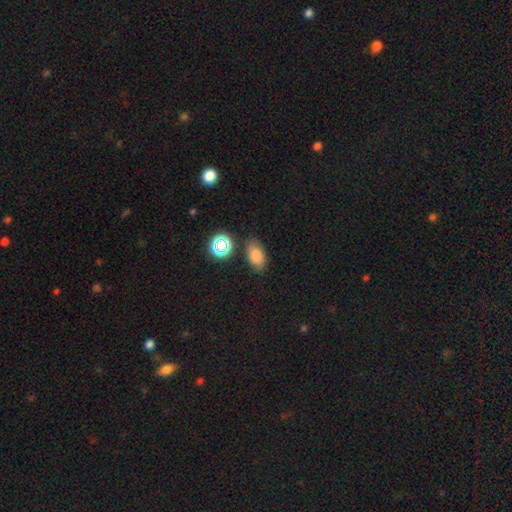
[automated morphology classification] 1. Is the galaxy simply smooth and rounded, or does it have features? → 78% smooth, 15% star or artifact, 8% featured or disk.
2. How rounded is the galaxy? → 87% in between, 11% round, 2% cigar-shaped.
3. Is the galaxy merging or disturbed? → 78% none, 14% minor disturbance, 4% merger, 4% major disturbance.